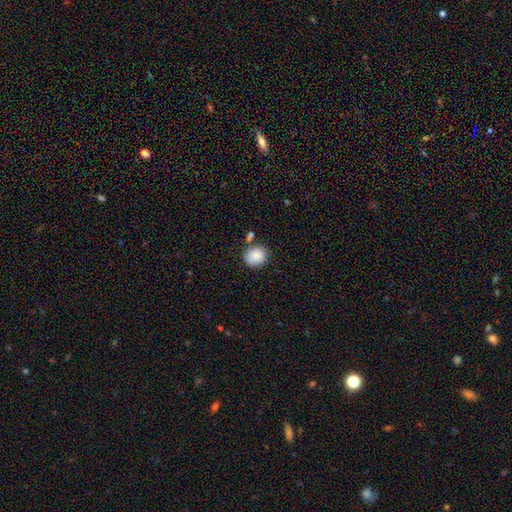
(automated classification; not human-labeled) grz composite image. It shows a smooth galaxy with no disk features (87%) that is round (70%). Merging: none (75%).